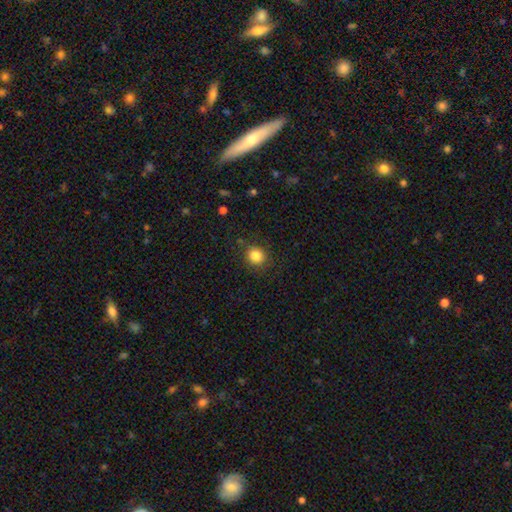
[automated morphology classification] Smooth or featured? smooth (85%)
How rounded? round (81%)
Merging? none (84%)